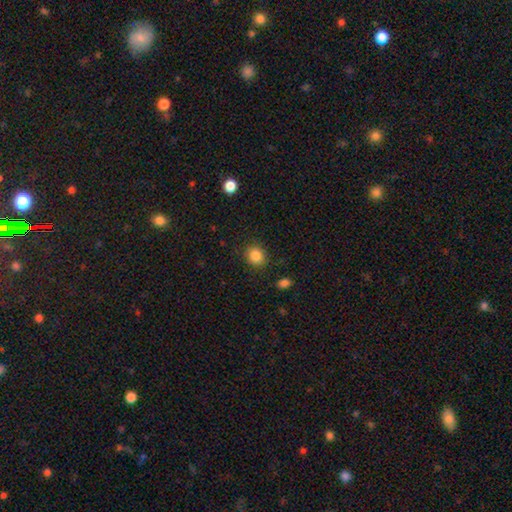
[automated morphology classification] Smooth or featured?
  - smooth: 85% *
  - star or artifact: 10%
  - featured or disk: 5%
How rounded?
  - round: 79% *
  - in between: 21%
  - cigar-shaped: 1%
Merging?
  - none: 88% *
  - minor disturbance: 8%
  - major disturbance: 3%
  - merger: 1%